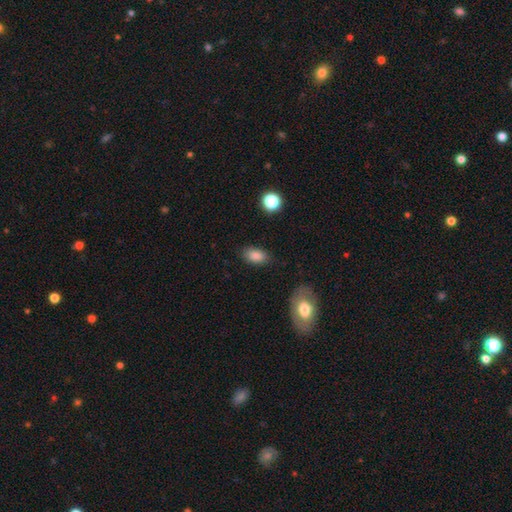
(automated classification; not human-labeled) Smooth or featured: smooth — 86% (star or artifact — 9%)
How rounded: in between — 90% (round — 7%)
Merging: none — 83% (minor disturbance — 12%)